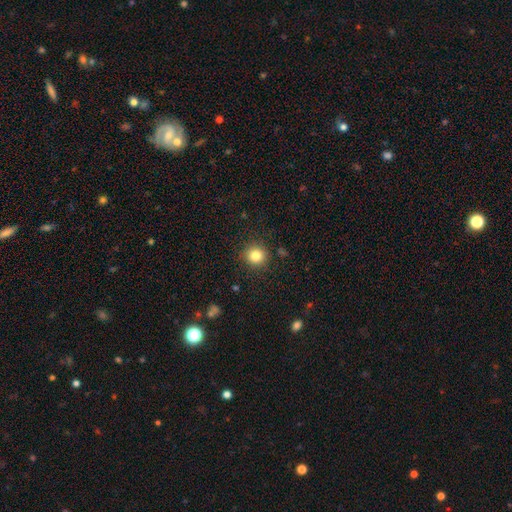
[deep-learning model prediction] The model was most divided on "smooth or featured": smooth: 82%, star or artifact: 11%, featured or disk: 6%. More confident: how rounded — round (92%); merging — none (90%).